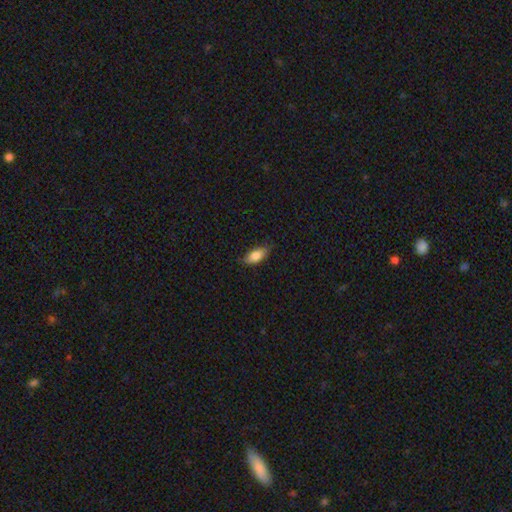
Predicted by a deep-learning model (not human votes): smooth_or_featured: smooth (p=0.81) [alt: featured or disk p=0.12]
how_rounded: in between (p=0.84) [alt: cigar-shaped p=0.13]
merging: none (p=0.77) [alt: minor disturbance p=0.19]